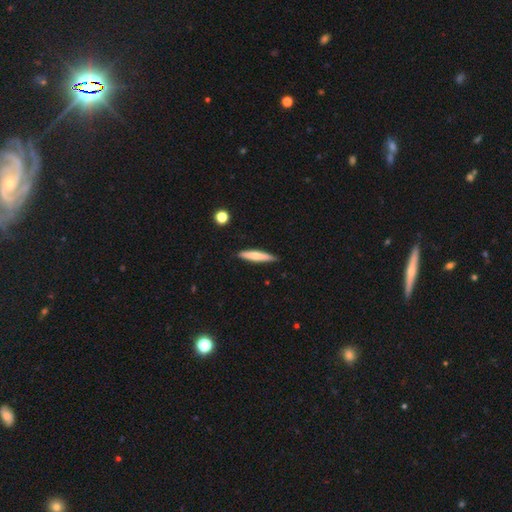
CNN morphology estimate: type=smooth (60%); roundness=cigar-shaped (90%); merging=none (89%).